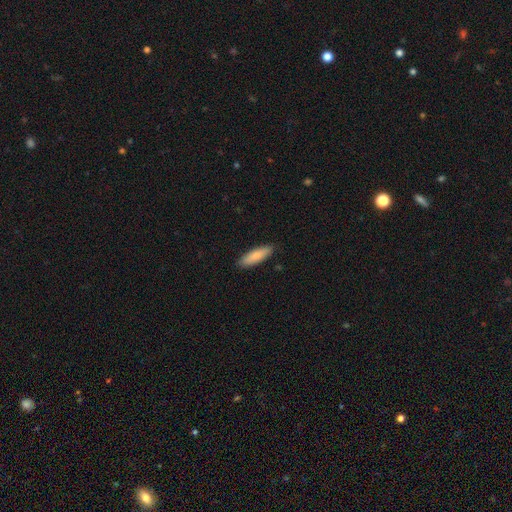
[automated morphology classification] type=smooth (83%); roundness=cigar-shaped (55%); merging=none (89%).